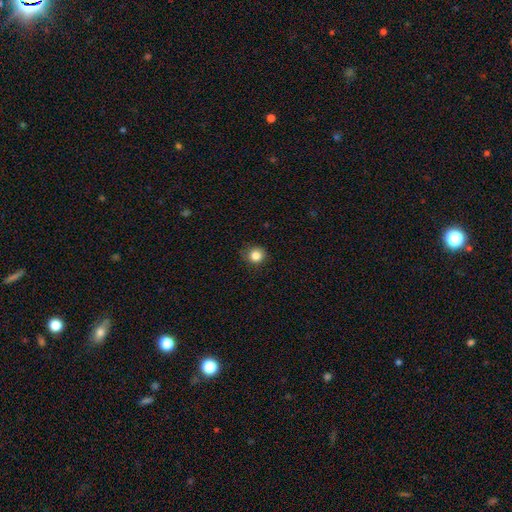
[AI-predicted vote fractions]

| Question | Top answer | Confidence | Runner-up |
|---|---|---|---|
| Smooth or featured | smooth | 84% | star or artifact (11%) |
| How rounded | round | 89% | in between (10%) |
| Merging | none | 84% | minor disturbance (12%) |